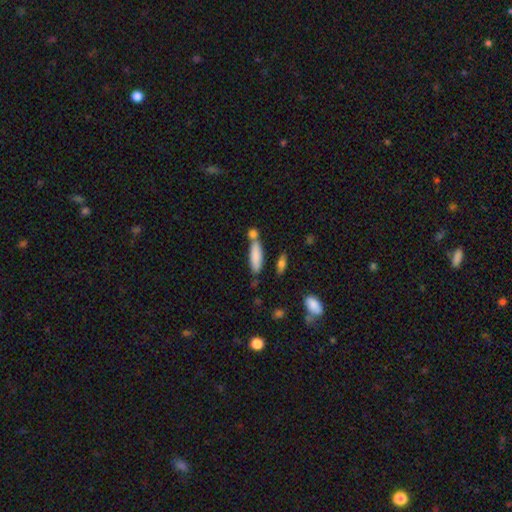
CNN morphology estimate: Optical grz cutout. It shows a smooth galaxy with no disk features (83%) that is cigar-shaped (56%). Merging: none (56%).